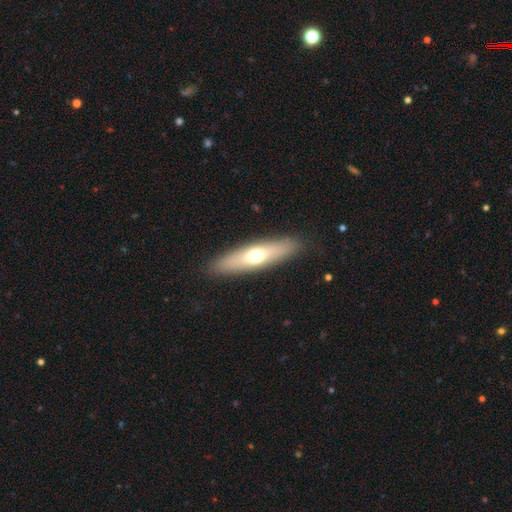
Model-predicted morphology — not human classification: Smooth or featured?
  - smooth: 57% *
  - featured or disk: 36%
  - star or artifact: 6%
How rounded?
  - cigar-shaped: 64% *
  - in between: 34%
  - round: 2%
Merging?
  - none: 89% *
  - minor disturbance: 8%
  - major disturbance: 2%
  - merger: 1%